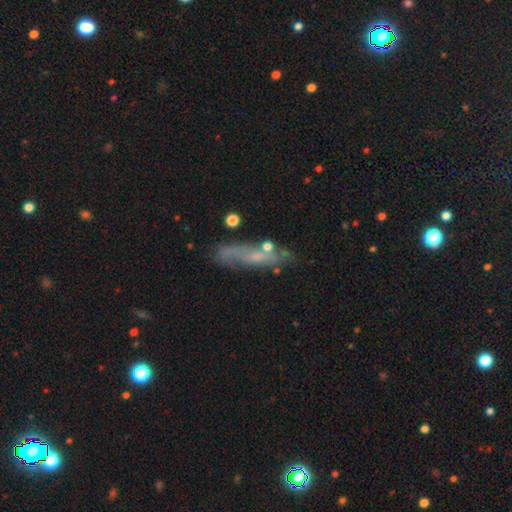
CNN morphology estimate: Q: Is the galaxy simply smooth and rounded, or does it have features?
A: featured or disk — 50%.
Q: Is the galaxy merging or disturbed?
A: none — 63%.